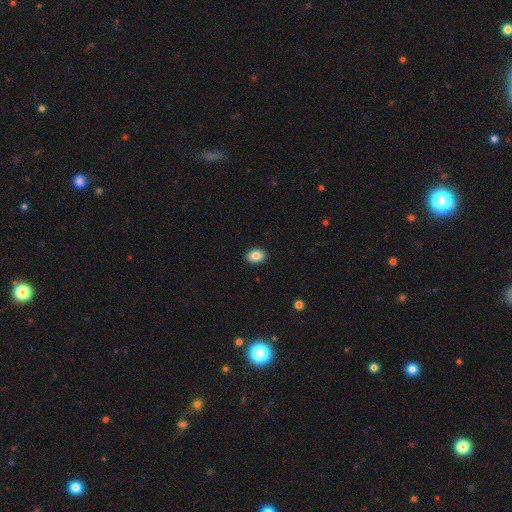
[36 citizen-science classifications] smooth 83%, featured or disk 17%, star or artifact 0%. Down the decision tree: how rounded — in between (83%); merging — none (94%).